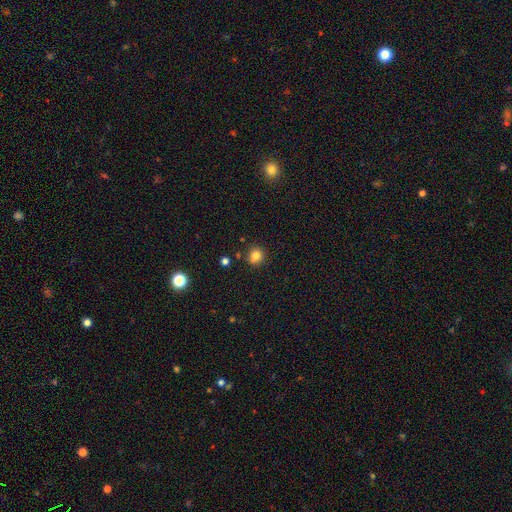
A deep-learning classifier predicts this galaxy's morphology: Smooth or featured? Predicted: smooth (p=0.80). How rounded? Predicted: round (p=0.86). Merging? Predicted: none (p=0.78).